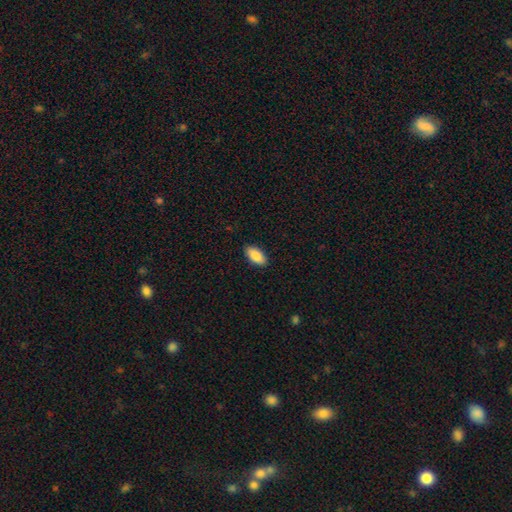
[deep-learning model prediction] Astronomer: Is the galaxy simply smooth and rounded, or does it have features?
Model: smooth — 87%.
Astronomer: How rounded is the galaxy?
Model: in between — 92%.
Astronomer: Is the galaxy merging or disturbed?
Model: none — 89%.